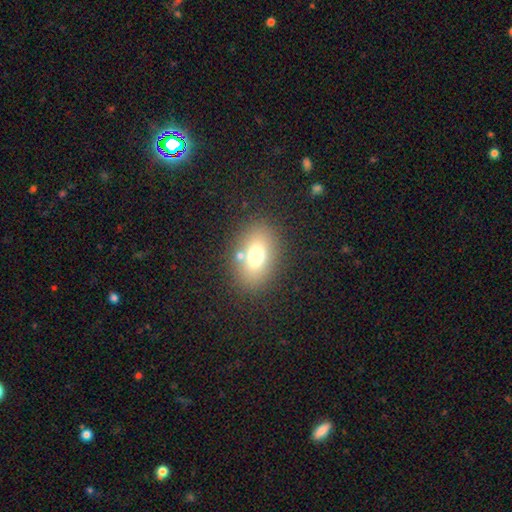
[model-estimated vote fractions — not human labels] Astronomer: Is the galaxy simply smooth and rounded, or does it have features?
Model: smooth — 72%.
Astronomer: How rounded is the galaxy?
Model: in between — 80%.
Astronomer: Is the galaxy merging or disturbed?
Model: none — 78%.